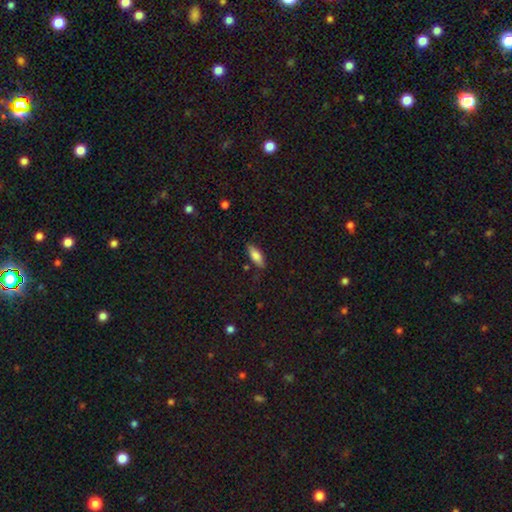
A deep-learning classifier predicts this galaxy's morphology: A smooth galaxy with no disk features (77%) that is in between round and cigar-shaped (67%). Merging: none (81%).